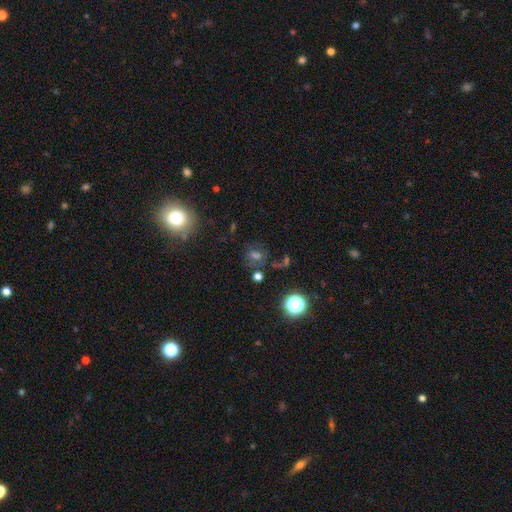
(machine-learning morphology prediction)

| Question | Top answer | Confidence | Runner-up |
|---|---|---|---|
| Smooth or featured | smooth | 45% | star or artifact (36%) |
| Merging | none | 68% | minor disturbance (15%) |